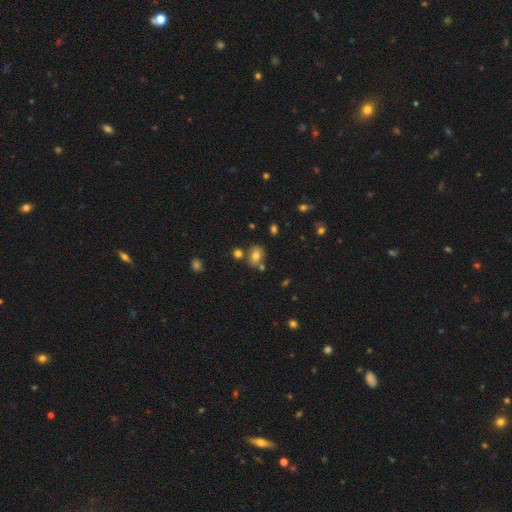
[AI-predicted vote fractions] smooth-or-featured: smooth: 74% | star or artifact: 13% | featured or disk: 13%
  how-rounded: in between: 57% | round: 42% | cigar-shaped: 1%
  merging: none: 69% | minor disturbance: 14% | merger: 13% | major disturbance: 4%